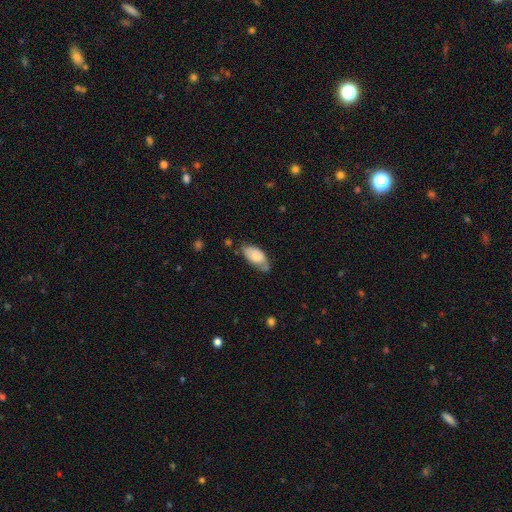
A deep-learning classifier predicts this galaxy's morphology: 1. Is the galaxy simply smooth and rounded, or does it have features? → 64% smooth, 30% featured or disk, 7% star or artifact.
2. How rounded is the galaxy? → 92% in between, 5% cigar-shaped, 3% round.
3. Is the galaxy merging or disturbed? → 50% none, 35% minor disturbance, 11% major disturbance, 4% merger.